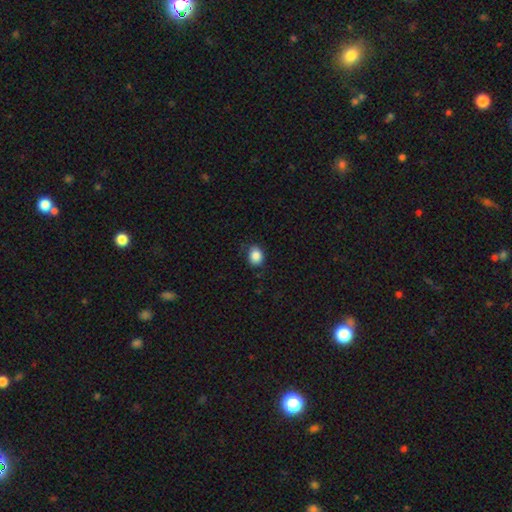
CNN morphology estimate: This appears to be a smooth galaxy with no disk features (87%) that is in between round and cigar-shaped (52%). Merging: none (78%).